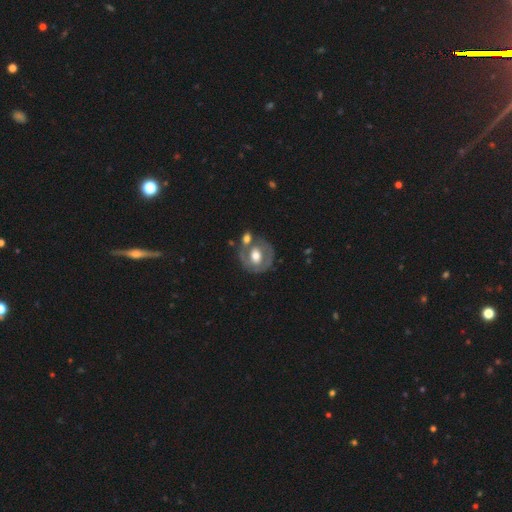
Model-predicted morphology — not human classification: The model was most divided on "spiral arms": no: 57%, yes: 43%. More confident: edge-on disk — no (96%); bulge size — moderate (65%); smooth or featured — featured or disk (60%); bar — no (57%); merging — none (52%).